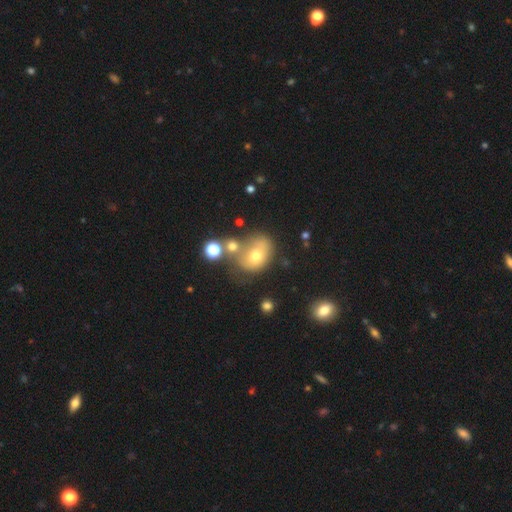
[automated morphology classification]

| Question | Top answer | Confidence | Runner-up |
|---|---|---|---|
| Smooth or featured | smooth | 63% | featured or disk (23%) |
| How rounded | in between | 59% | round (40%) |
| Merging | none | 32% | merger (29%) |